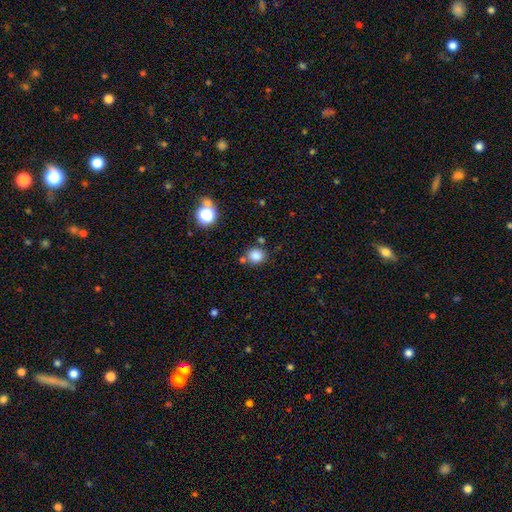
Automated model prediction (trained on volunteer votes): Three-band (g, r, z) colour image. It shows a smooth galaxy with no disk features (83%) that is round (81%). Merging: none (75%).